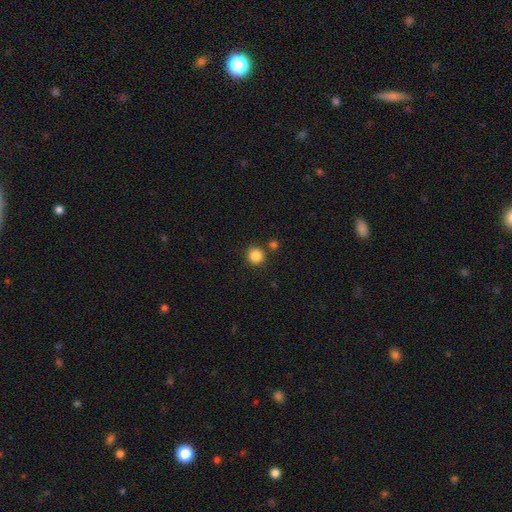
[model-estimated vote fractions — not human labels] A smooth galaxy with no disk features (86%) that is round (93%). Merging: none (84%).